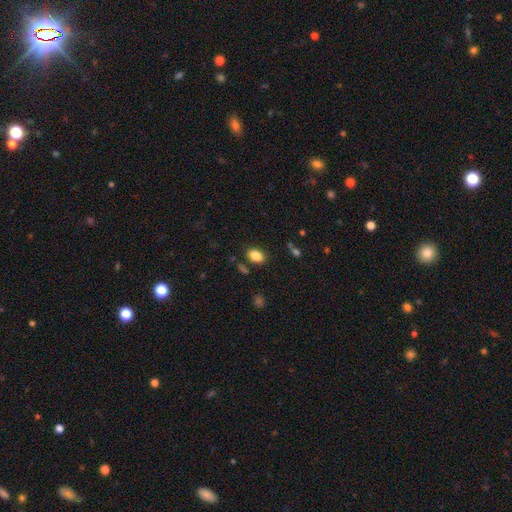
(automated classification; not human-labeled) Morphology: type=smooth (86%); roundness=in between (85%); merging=none (83%).